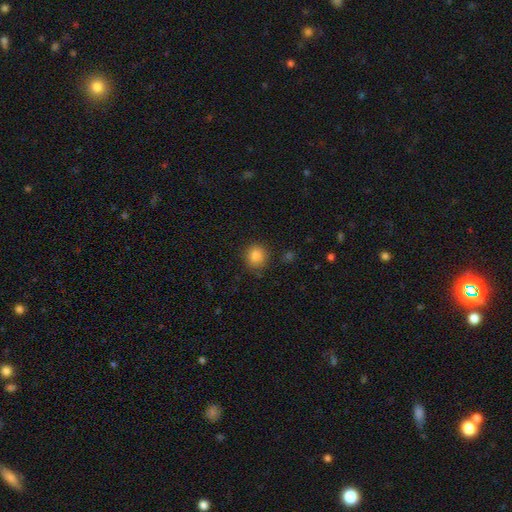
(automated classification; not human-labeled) Smooth or featured? Predicted: smooth (p=0.84). How rounded? Predicted: round (p=0.88). Merging? Predicted: none (p=0.85).